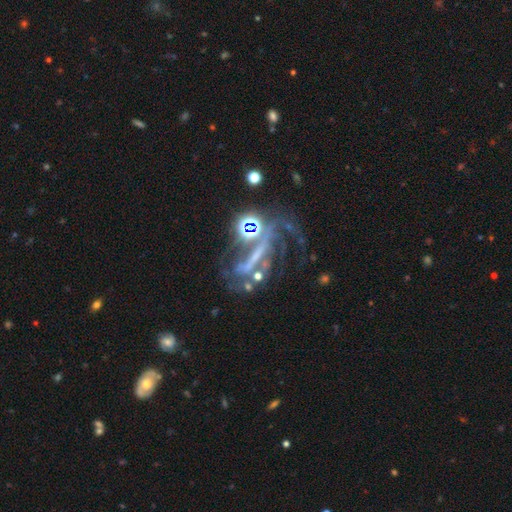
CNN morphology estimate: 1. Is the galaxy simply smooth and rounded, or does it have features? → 60% featured or disk, 29% star or artifact, 11% smooth.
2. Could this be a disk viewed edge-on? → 82% no, 18% yes.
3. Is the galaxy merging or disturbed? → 33% major disturbance, 32% none, 21% merger, 14% minor disturbance.